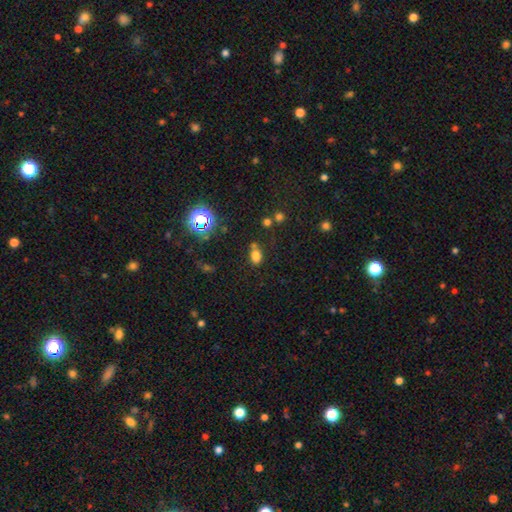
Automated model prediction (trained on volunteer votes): Overall: smooth (72%). How rounded: in between (77%). Merging: none (61%).